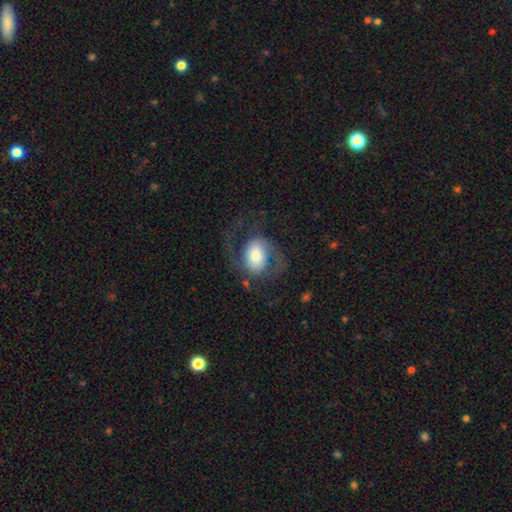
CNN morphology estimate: The model was most divided on "bulge size": moderate: 35%, large: 32%, small: 19%, dominant: 11%, none: 3%. Remaining: edge-on disk — no (97%); spiral arms — yes (92%); spiral arm count — 2 (87%); smooth or featured — featured or disk (72%); bar — no (53%); merging — none (52%); spiral winding — medium (46%).